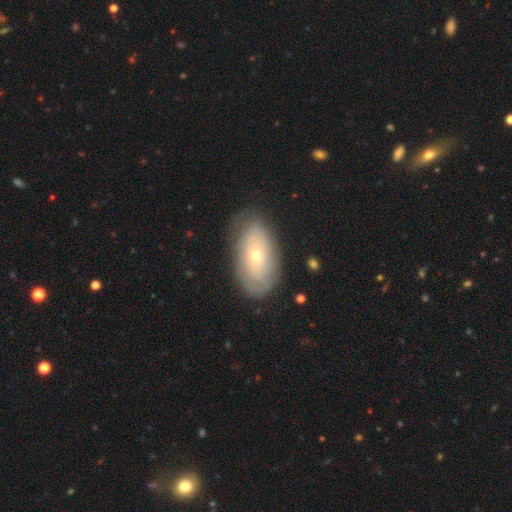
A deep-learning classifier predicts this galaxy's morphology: A featured or disk galaxy (50%). Merging: none (77%).